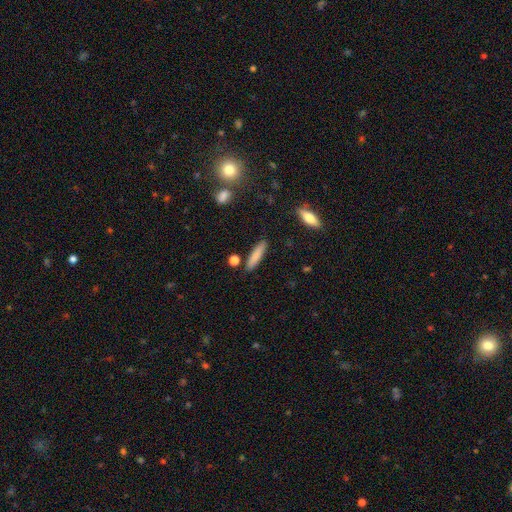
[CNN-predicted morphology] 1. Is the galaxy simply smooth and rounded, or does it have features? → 82% smooth, 11% featured or disk, 7% star or artifact.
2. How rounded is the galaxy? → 81% cigar-shaped, 17% in between, 2% round.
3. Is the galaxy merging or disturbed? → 86% none, 8% minor disturbance, 3% merger, 2% major disturbance.